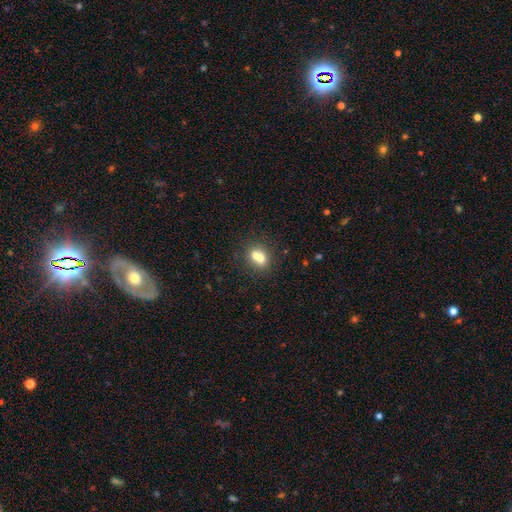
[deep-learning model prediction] Smooth or featured? Predicted: smooth (p=0.66). How rounded? Predicted: round (p=0.52). Merging? Predicted: merger (p=0.53).